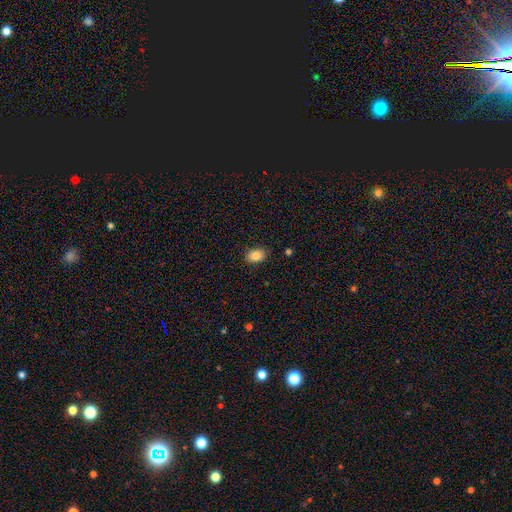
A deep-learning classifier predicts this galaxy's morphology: Overall: smooth (86%). How rounded: in between (80%). Merging: none (87%).